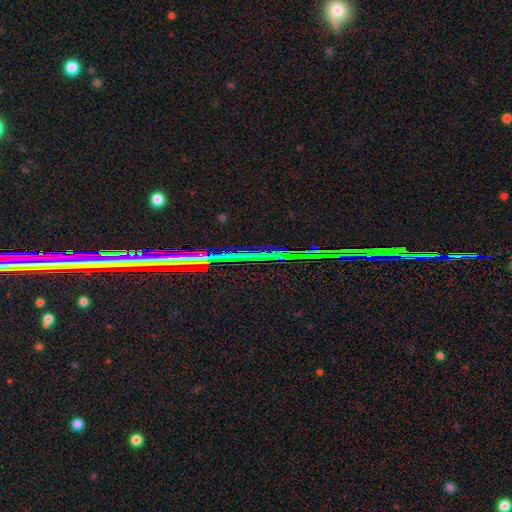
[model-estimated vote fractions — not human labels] Morphology: type=star or artifact (81%).